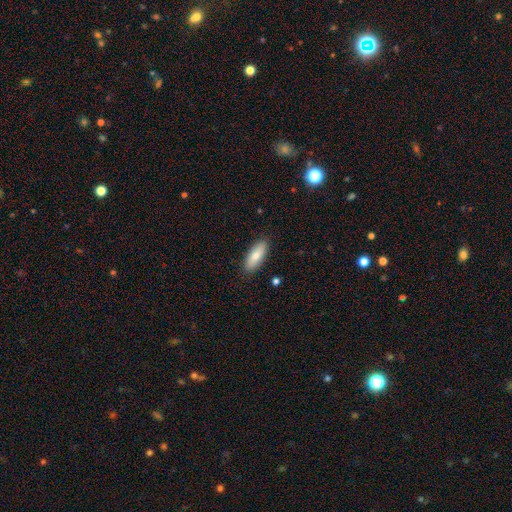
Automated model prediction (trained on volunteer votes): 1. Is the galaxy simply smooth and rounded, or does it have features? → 80% smooth, 14% featured or disk, 6% star or artifact.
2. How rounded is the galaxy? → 73% in between, 25% cigar-shaped, 2% round.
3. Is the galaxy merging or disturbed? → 88% none, 9% minor disturbance, 2% major disturbance, 1% merger.